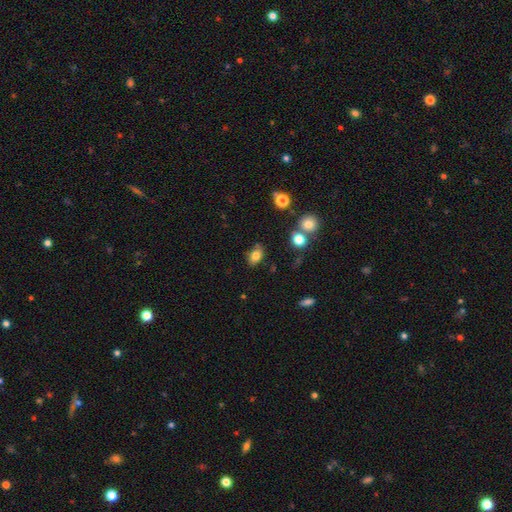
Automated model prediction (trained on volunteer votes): smooth 79%, star or artifact 11%, featured or disk 9%. Down the decision tree: how rounded — in between (80%); merging — none (77%).